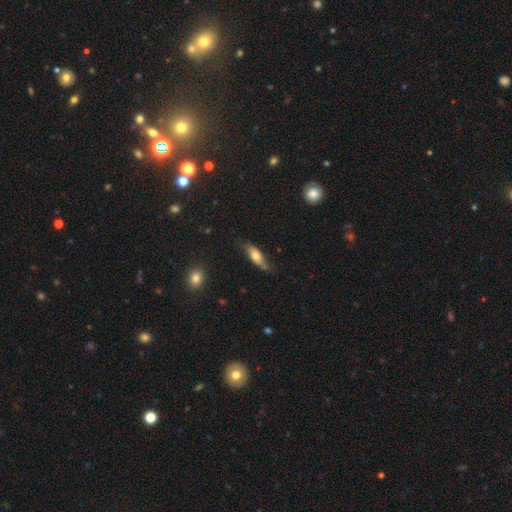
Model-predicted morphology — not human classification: Overall: smooth (61%; featured or disk 32%). How rounded: in between (63%; cigar-shaped 33%). Merging: none (62%; minor disturbance 28%).